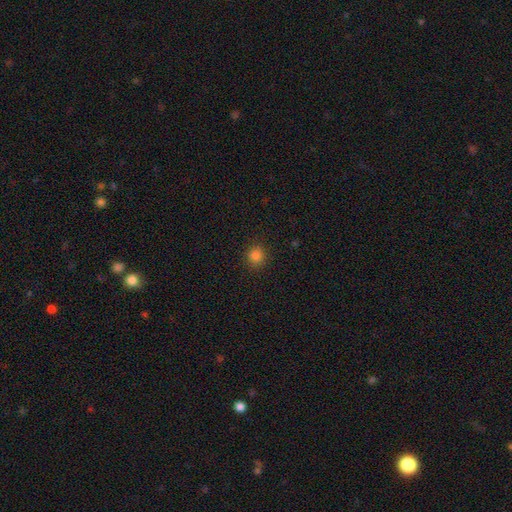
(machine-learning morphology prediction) Q: Smooth or featured?
A: smooth (84%); runner-up: star or artifact (13%)
Q: How rounded?
A: round (89%); runner-up: in between (10%)
Q: Merging?
A: none (90%); runner-up: minor disturbance (6%)